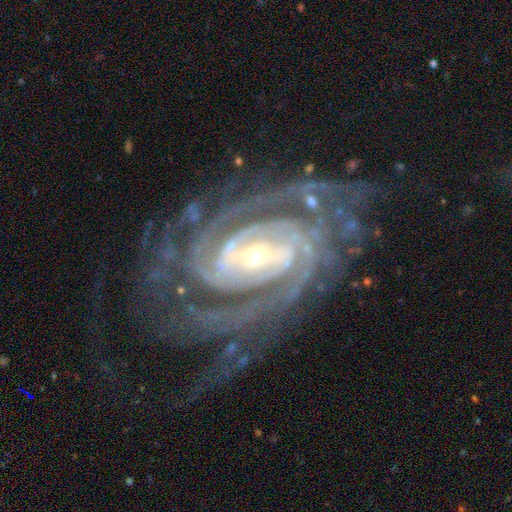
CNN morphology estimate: type=featured or disk (93%); edge-on=no (96%); bar=strong (39%); spiral arms=yes (99%); winding=tight (72%); arm count=2 (26%); bulge=small (60%); merging=none (71%).